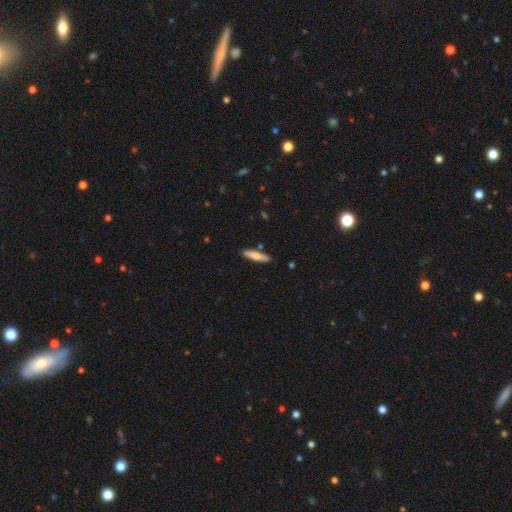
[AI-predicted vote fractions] Smooth or featured? smooth (74%)
How rounded? cigar-shaped (77%)
Merging? none (86%)